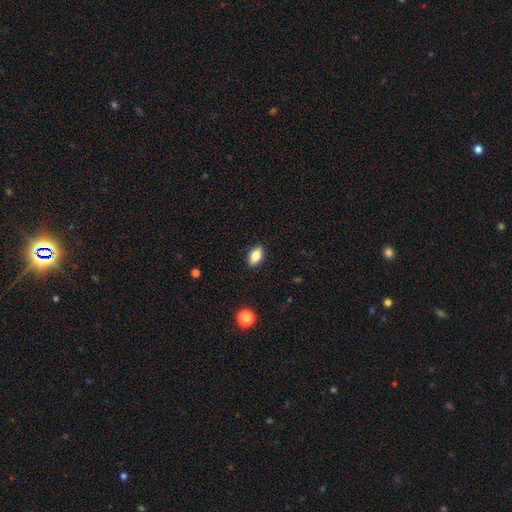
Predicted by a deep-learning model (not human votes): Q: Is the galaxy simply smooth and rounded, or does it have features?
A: smooth — 77%.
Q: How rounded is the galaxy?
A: in between — 86%.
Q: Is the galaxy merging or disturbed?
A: none — 88%.